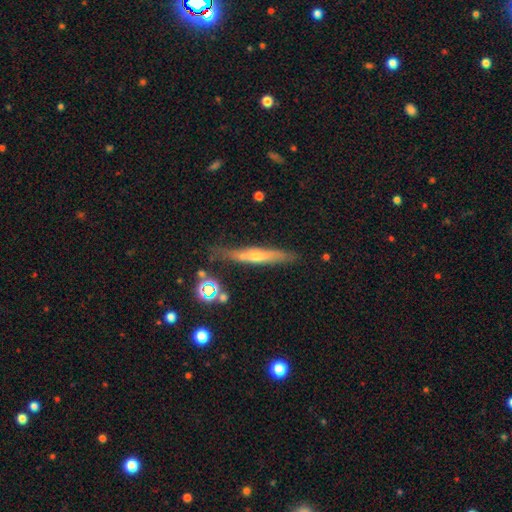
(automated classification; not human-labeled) smooth_or_featured: featured or disk (p=0.53) [alt: smooth p=0.38]
disk_edge_on: yes (p=0.90) [alt: no p=0.10]
merging: none (p=0.75) [alt: minor disturbance p=0.17]